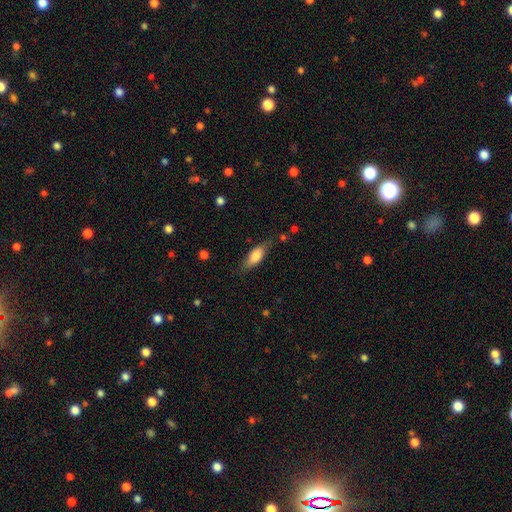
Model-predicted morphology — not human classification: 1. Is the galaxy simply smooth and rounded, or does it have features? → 76% smooth, 18% featured or disk, 6% star or artifact.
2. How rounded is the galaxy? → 66% in between, 32% cigar-shaped, 2% round.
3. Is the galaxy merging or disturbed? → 71% none, 21% minor disturbance, 6% major disturbance, 2% merger.